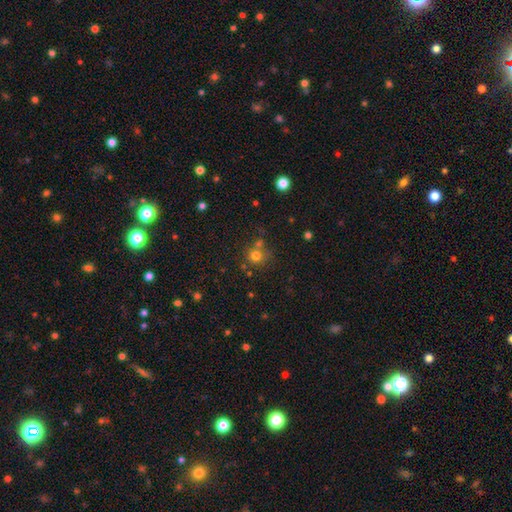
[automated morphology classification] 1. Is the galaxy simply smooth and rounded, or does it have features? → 74% smooth, 17% star or artifact, 9% featured or disk.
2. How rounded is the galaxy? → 87% round, 12% in between, 1% cigar-shaped.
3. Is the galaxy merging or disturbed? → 63% none, 21% merger, 11% minor disturbance, 4% major disturbance.